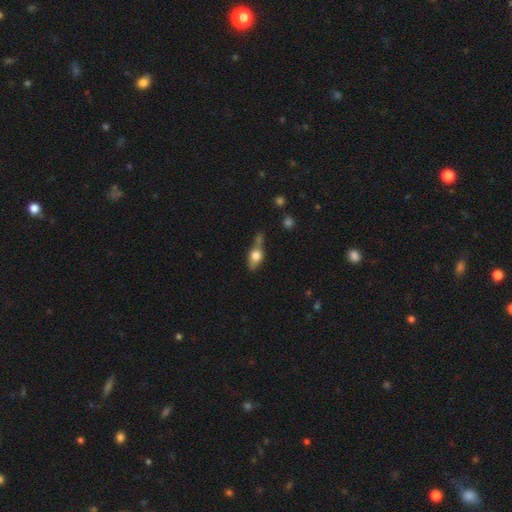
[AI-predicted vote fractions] smooth 61%, featured or disk 30%, star or artifact 9%. Down the decision tree: how rounded — in between (66%); merging — none (45%).